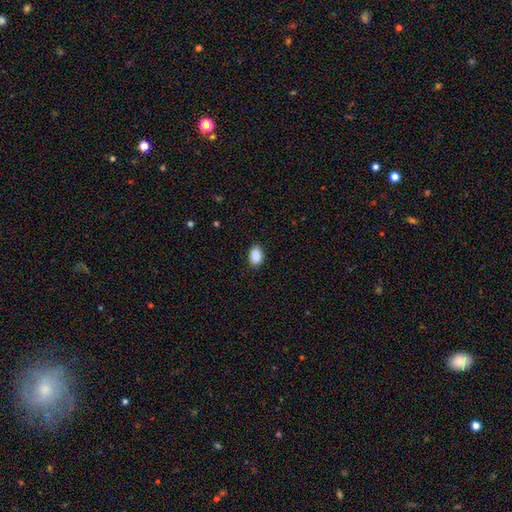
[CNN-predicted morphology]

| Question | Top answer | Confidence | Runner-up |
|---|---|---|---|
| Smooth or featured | smooth | 89% | star or artifact (8%) |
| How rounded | in between | 85% | round (13%) |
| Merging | none | 84% | minor disturbance (12%) |